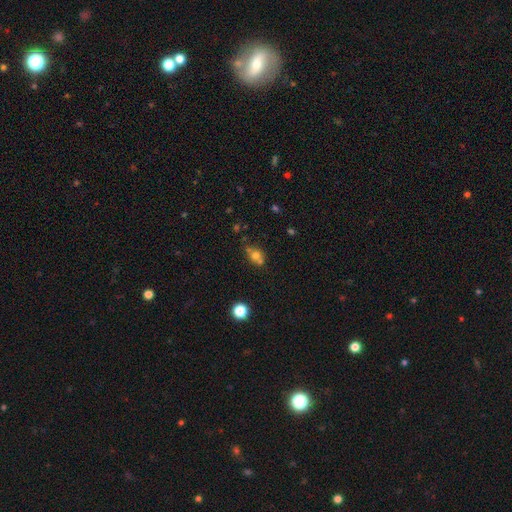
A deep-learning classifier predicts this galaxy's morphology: A smooth galaxy with no disk features (67%) that is round (61%). Merging: none (43%).